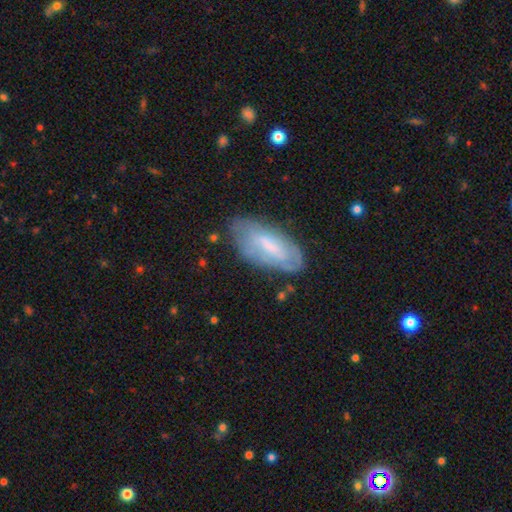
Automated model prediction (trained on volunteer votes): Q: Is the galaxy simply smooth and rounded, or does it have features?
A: featured or disk — 47%.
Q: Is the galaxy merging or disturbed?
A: none — 74%.